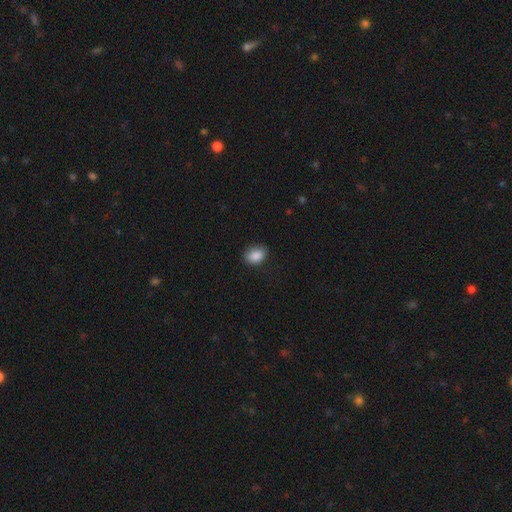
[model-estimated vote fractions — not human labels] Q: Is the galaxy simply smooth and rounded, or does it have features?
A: smooth — 88%.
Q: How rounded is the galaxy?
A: in between — 74%.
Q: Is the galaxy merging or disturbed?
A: none — 81%.